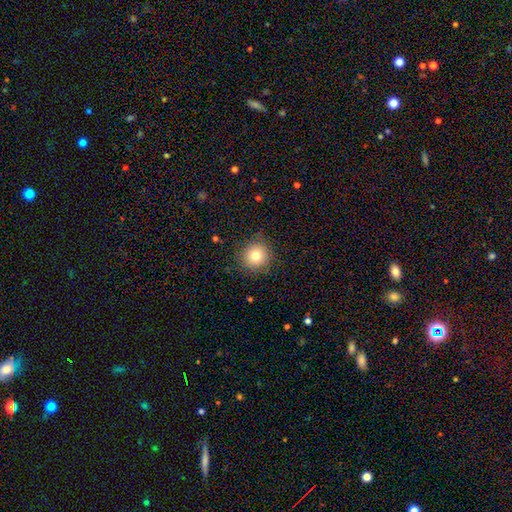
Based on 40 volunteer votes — Morphology: type=smooth (75%); roundness=round (90%); merging=none (89%).